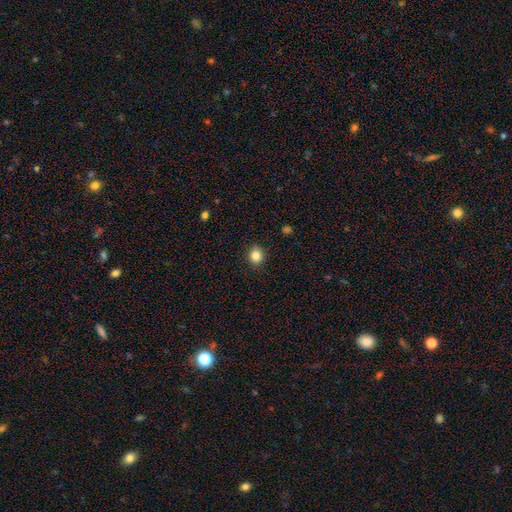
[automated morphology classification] Smooth or featured? Predicted: smooth (p=0.84). How rounded? Predicted: round (p=0.82). Merging? Predicted: none (p=0.90).